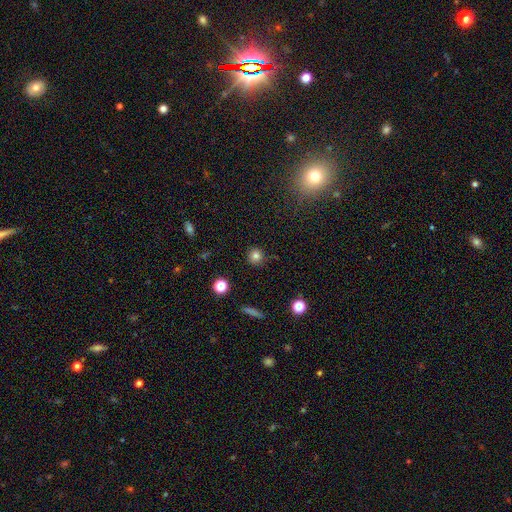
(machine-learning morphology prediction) This is clearly a smooth galaxy (80%). How rounded: clearly round (92%). Merging: clearly none (88%).